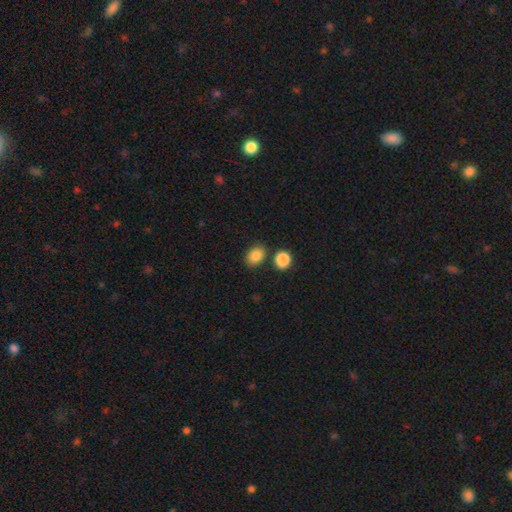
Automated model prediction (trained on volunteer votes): Smooth or featured?
  - smooth: 84% *
  - star or artifact: 10%
  - featured or disk: 6%
How rounded?
  - in between: 66% *
  - round: 33%
  - cigar-shaped: 1%
Merging?
  - none: 76% *
  - minor disturbance: 12%
  - merger: 9%
  - major disturbance: 3%